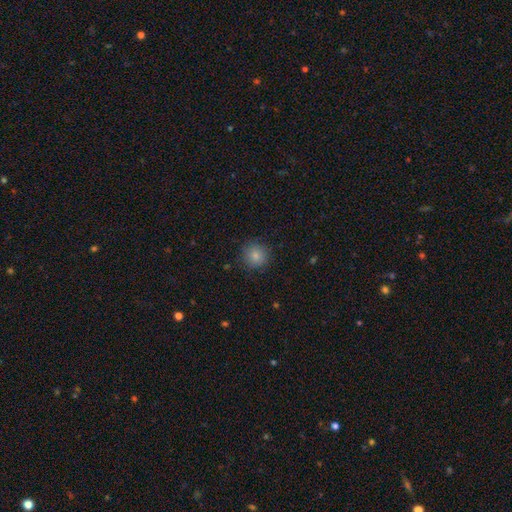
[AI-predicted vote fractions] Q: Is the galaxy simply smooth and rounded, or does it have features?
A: smooth — 83%.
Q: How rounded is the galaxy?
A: round — 92%.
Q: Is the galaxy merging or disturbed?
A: none — 86%.